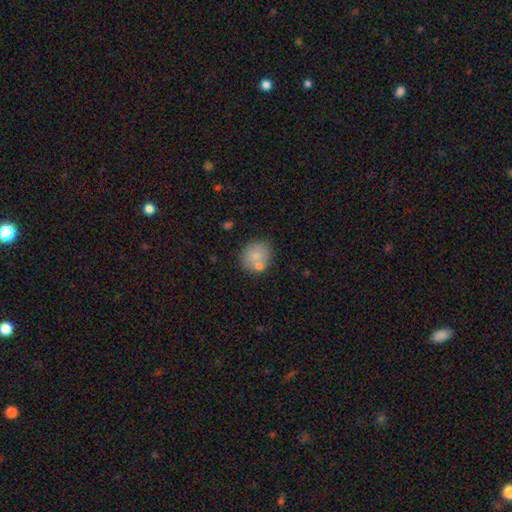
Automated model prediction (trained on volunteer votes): Overall: smooth (78%). How rounded: round (80%). Merging: none (65%).